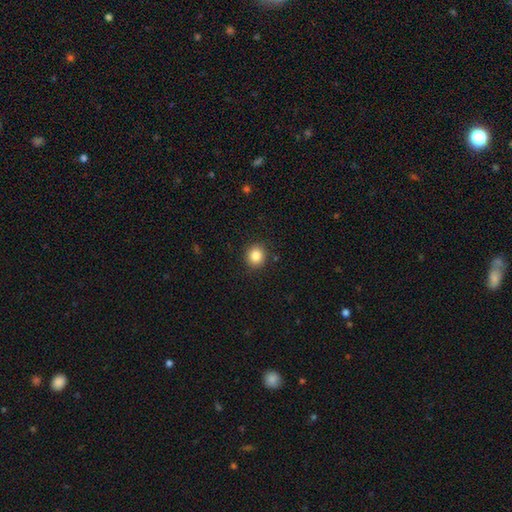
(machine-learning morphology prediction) This is clearly a smooth galaxy (85%). How rounded: clearly round (85%). Merging: clearly none (88%).